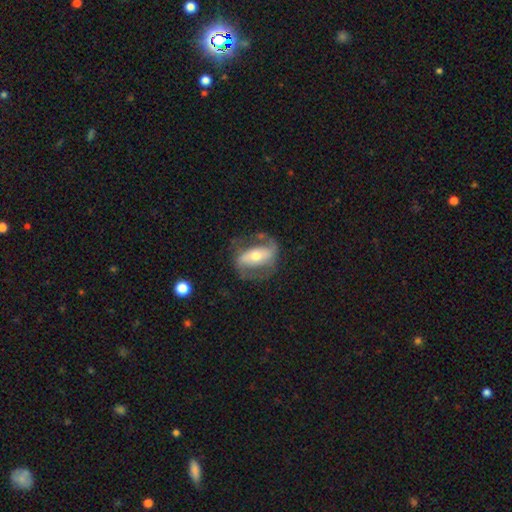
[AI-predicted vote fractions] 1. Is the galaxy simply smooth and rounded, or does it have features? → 75% featured or disk, 20% smooth, 6% star or artifact.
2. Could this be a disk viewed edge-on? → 94% no, 6% yes.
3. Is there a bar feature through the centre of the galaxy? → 44% strong, 28% no, 28% weak.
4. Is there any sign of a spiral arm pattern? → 83% yes, 17% no.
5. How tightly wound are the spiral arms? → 45% medium, 33% loose, 21% tight.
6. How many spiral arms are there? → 85% 2, 7% can't tell, 5% 1, 1% 3, 1% 4, 1% more than 4.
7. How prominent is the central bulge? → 63% moderate, 28% small, 7% large, 1% dominant, 1% none.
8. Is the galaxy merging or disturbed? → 65% none, 18% minor disturbance, 14% major disturbance, 2% merger.